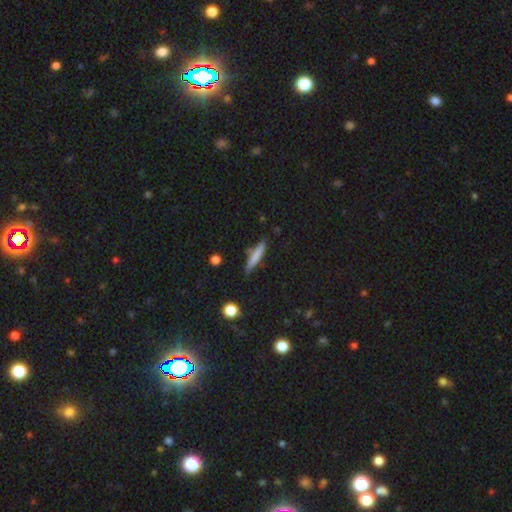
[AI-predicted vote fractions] Overall: smooth (71%). How rounded: cigar-shaped (90%). Merging: none (78%).